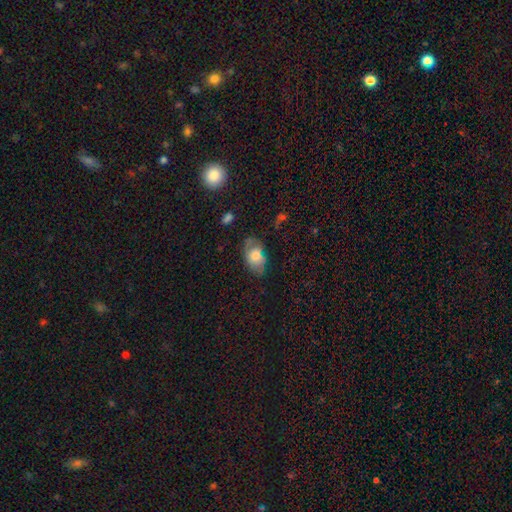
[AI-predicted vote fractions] Smooth or featured? smooth (68%)
How rounded? in between (88%)
Merging? none (60%)